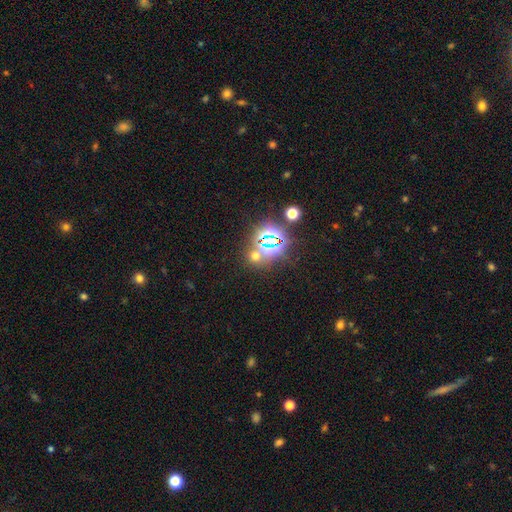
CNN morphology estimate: smooth_or_featured: star or artifact (p=0.58) [alt: smooth p=0.34]